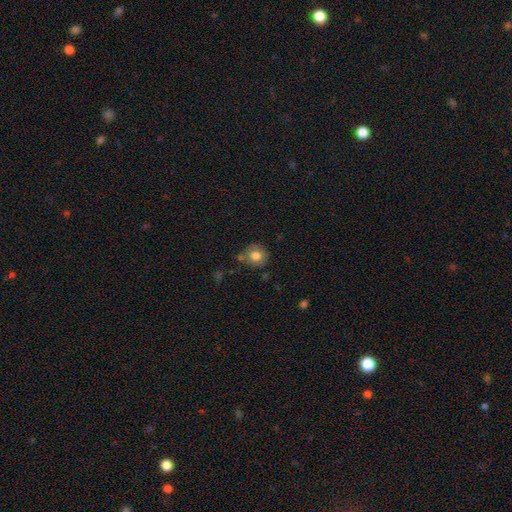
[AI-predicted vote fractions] A smooth galaxy with no disk features (78%) that is round (86%).

Vote fractions:
- Smooth or featured? smooth: 78% / featured or disk: 13% / star or artifact: 9%
- How rounded? round: 86% / in between: 13% / cigar-shaped: 1%
- Merging? none: 72% / minor disturbance: 17% / merger: 7% / major disturbance: 4%